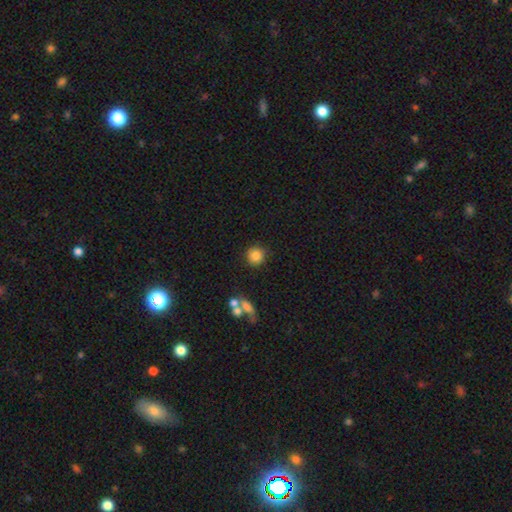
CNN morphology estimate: This is clearly a smooth galaxy (84%). How rounded: clearly round (92%). Merging: clearly none (84%).